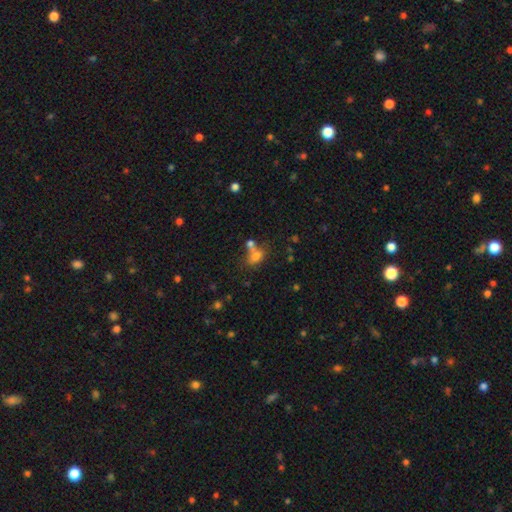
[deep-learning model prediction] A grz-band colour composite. It shows a smooth galaxy with no disk features (69%) that is in between round and cigar-shaped (76%). Merging: merger (43%).